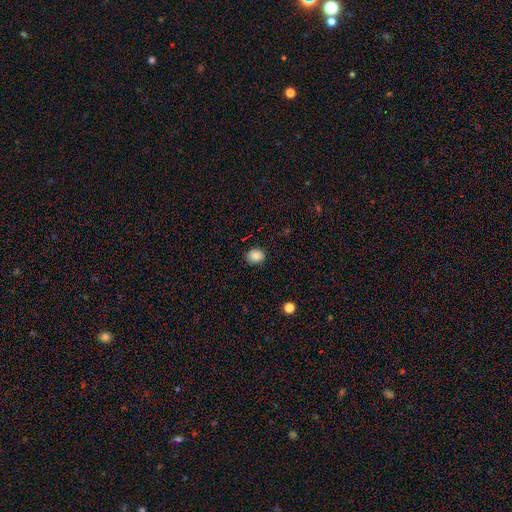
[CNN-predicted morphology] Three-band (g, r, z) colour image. It shows a smooth galaxy with no disk features (86%) that is round (51%). Merging: none (87%).